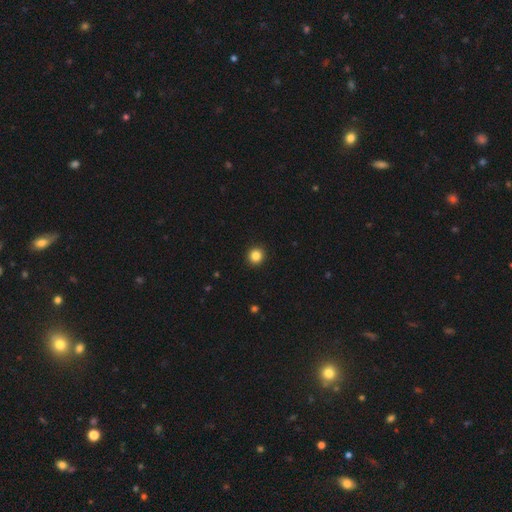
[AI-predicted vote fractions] A smooth galaxy with no disk features (85%) that is round (94%). Merging: none (93%).